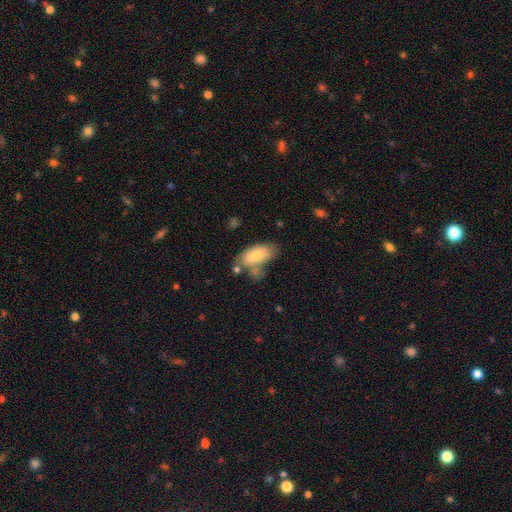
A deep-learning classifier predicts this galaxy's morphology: This is likely a smooth galaxy (74%). How rounded: clearly in between (91%). Merging: marginally none (42%).